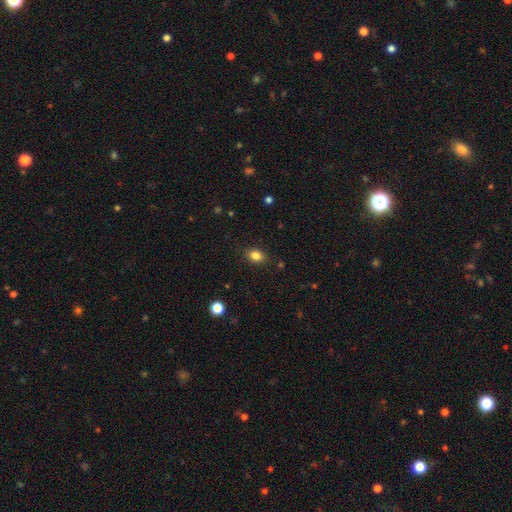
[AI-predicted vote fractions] Overall: smooth (84%). How rounded: in between (65%; round 33%). Merging: none (86%).